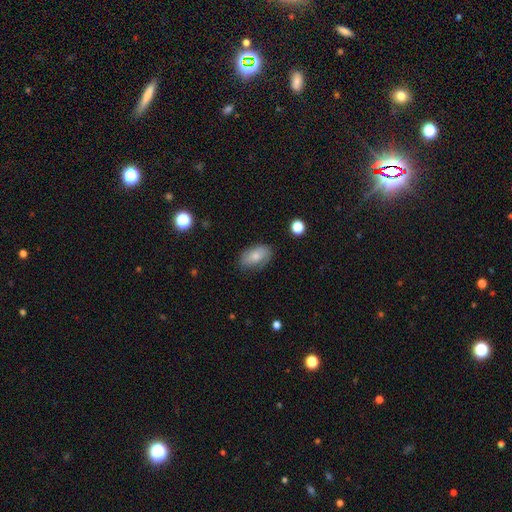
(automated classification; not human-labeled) smooth-or-featured: smooth: 70% | featured or disk: 22% | star or artifact: 8%
  how-rounded: in between: 91% | round: 7% | cigar-shaped: 2%
  merging: none: 73% | minor disturbance: 20% | major disturbance: 6% | merger: 1%